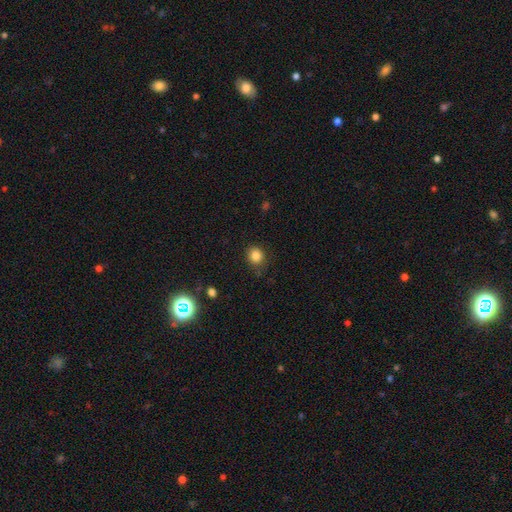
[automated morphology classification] Smooth or featured? smooth (84%)
How rounded? round (78%)
Merging? none (84%)